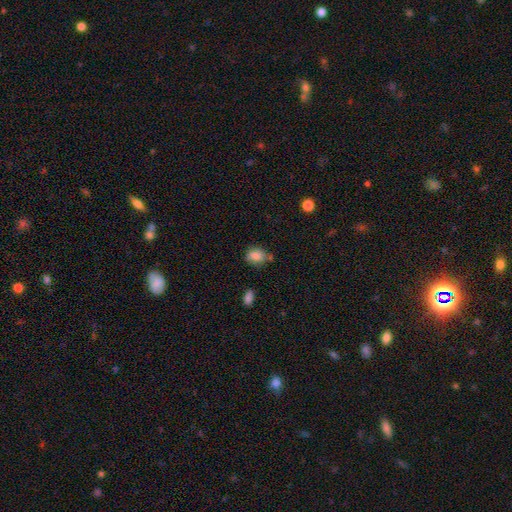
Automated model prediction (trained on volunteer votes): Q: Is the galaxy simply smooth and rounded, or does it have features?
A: smooth — 81%.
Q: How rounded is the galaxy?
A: in between — 51%.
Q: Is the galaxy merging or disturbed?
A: none — 65%.